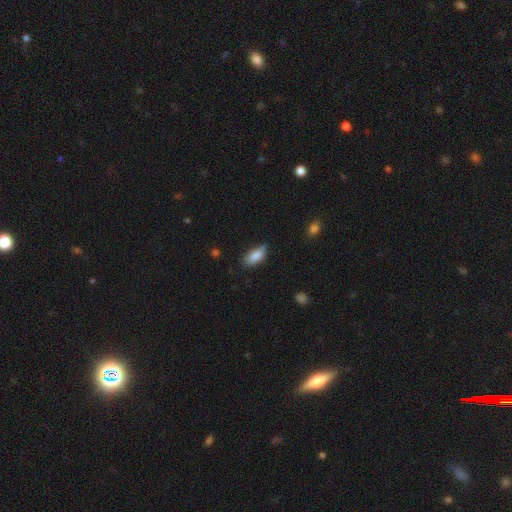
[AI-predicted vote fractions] Smooth or featured? Predicted: smooth (p=0.85). How rounded? Predicted: in between (p=0.89). Merging? Predicted: none (p=0.63).